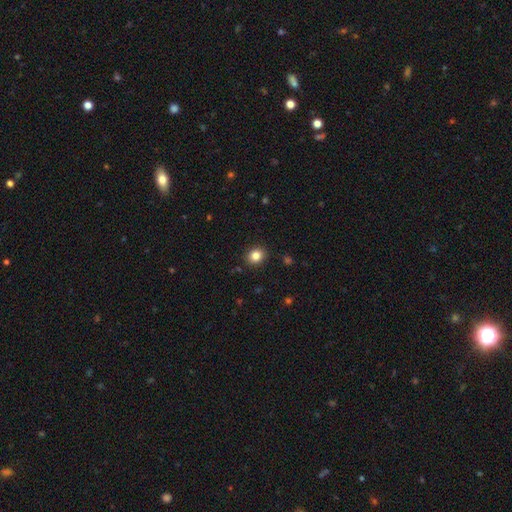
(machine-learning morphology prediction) This is clearly a smooth galaxy (83%). How rounded: likely round (74%). Merging: clearly none (91%).